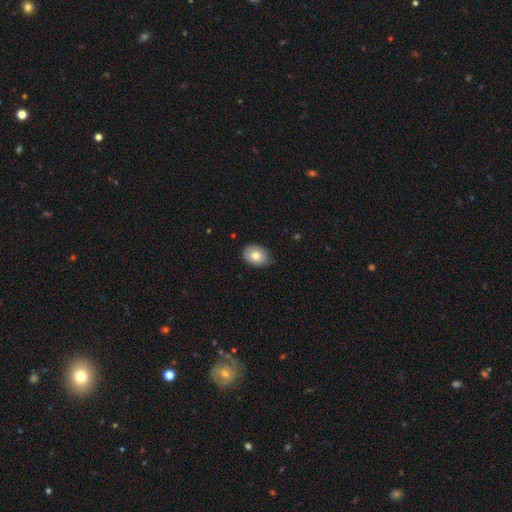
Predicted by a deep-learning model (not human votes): Smooth or featured? smooth (78%)
How rounded? in between (73%)
Merging? none (80%)